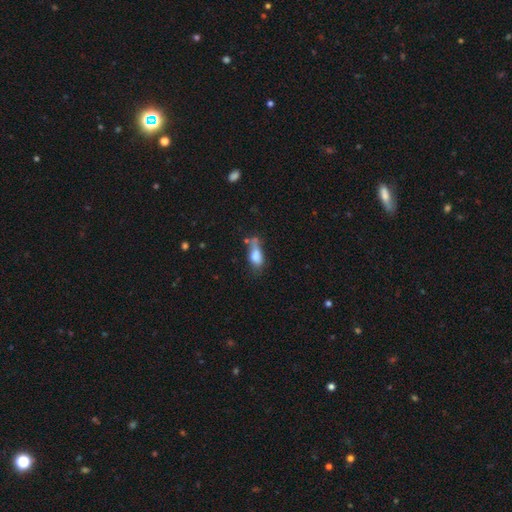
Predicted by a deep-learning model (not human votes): A smooth galaxy with no disk features (73%) that is in between round and cigar-shaped (75%).

Vote fractions:
- Smooth or featured? smooth: 73% / featured or disk: 17% / star or artifact: 10%
- How rounded? in between: 75% / cigar-shaped: 19% / round: 6%
- Merging? none: 30% / minor disturbance: 29% / major disturbance: 21% / merger: 20%